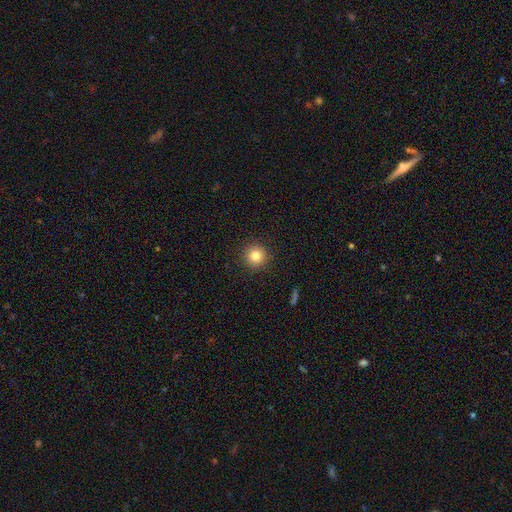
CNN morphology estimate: A smooth galaxy with no disk features (81%) that is round (95%). Merging: none (92%).